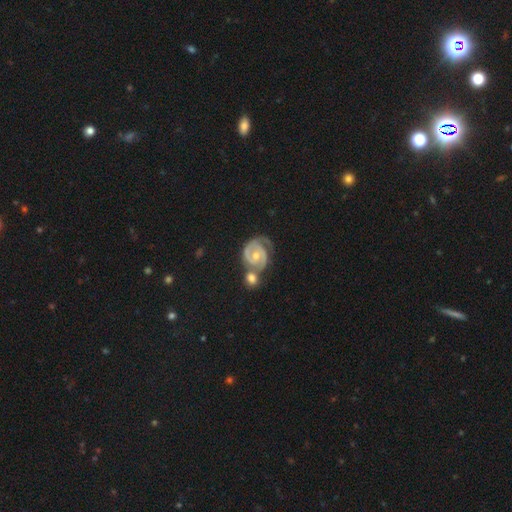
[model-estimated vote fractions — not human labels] The model was most divided on "merging": none: 40%, merger: 36%, minor disturbance: 16%, major disturbance: 9%. More confident: edge-on disk — no (98%); spiral arms — yes (97%); smooth or featured — featured or disk (88%); spiral arm count — 2 (79%); spiral winding — tight (61%); bar — no (59%); bulge size — moderate (56%).